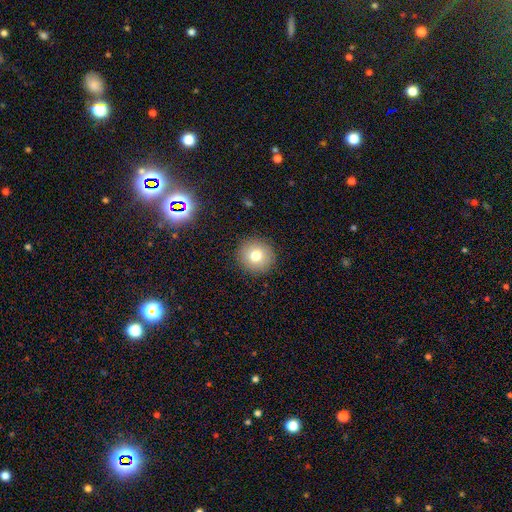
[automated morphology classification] The model was most divided on "smooth or featured": smooth: 75%, featured or disk: 13%, star or artifact: 12%. More confident: how rounded — round (94%); merging — none (91%).